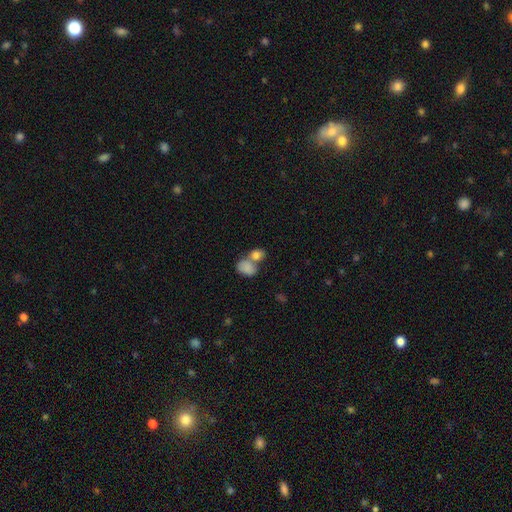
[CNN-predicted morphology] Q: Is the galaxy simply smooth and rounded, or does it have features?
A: smooth — 82%.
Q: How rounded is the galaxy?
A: in between — 64%.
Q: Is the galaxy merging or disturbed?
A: merger — 59%.